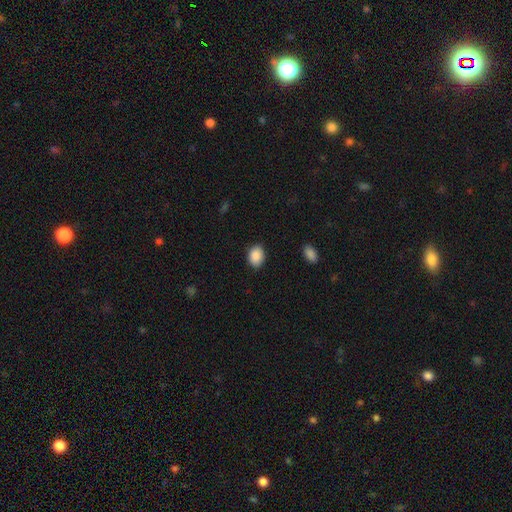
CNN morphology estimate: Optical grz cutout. It shows a smooth galaxy with no disk features (89%) that is in between round and cigar-shaped (69%). Merging: none (86%).